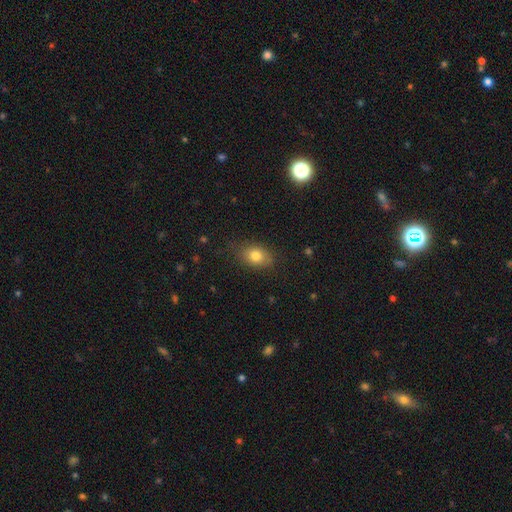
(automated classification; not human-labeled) This appears to be a smooth galaxy with no disk features (79%) that is in between round and cigar-shaped (69%). Merging: none (78%).